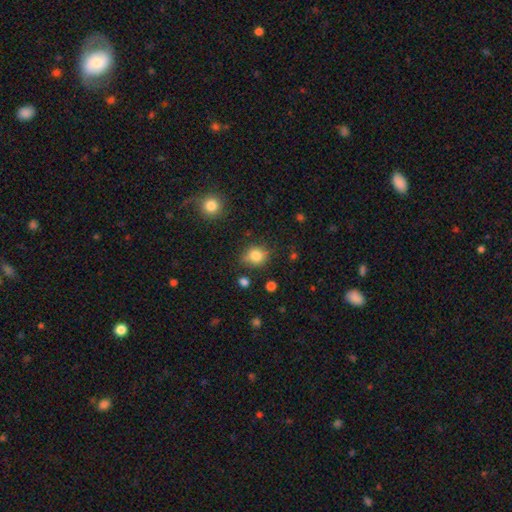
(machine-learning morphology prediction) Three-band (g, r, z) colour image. It shows a smooth galaxy with no disk features (82%) that is round (69%). Merging: none (71%).